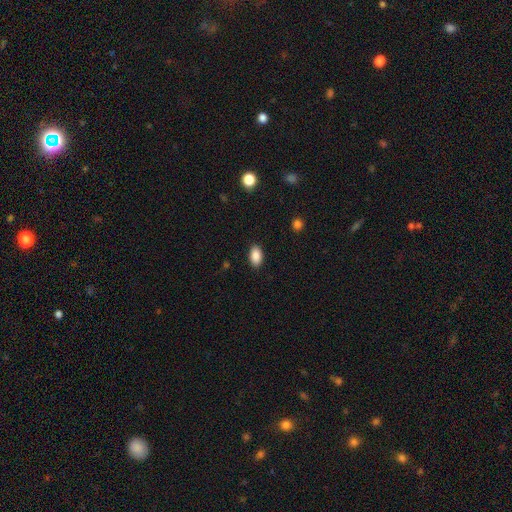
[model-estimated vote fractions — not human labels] Smooth or featured? Predicted: smooth (p=0.89). How rounded? Predicted: in between (p=0.93). Merging? Predicted: none (p=0.89).